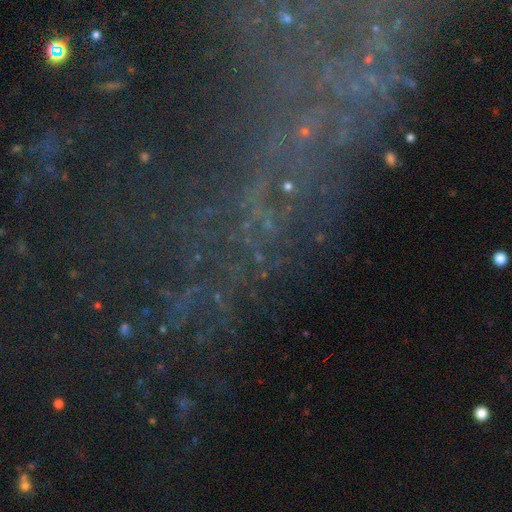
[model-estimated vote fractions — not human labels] Smooth or featured: star or artifact — 63% (featured or disk — 23%)